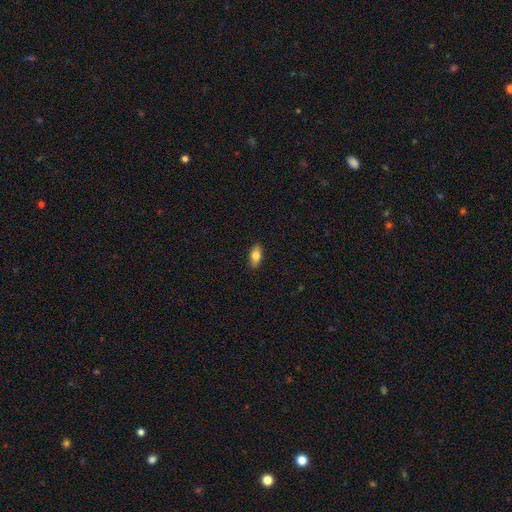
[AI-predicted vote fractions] This appears to be a smooth galaxy with no disk features (77%) that is in between round and cigar-shaped (86%). Merging: none (89%).